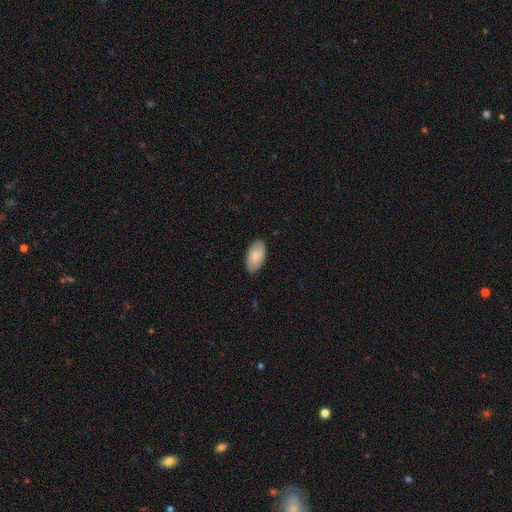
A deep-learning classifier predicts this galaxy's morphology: Smooth or featured?
  - smooth: 84% *
  - featured or disk: 11%
  - star or artifact: 6%
How rounded?
  - in between: 96% *
  - round: 3%
  - cigar-shaped: 2%
Merging?
  - none: 87% *
  - minor disturbance: 10%
  - major disturbance: 2%
  - merger: 1%